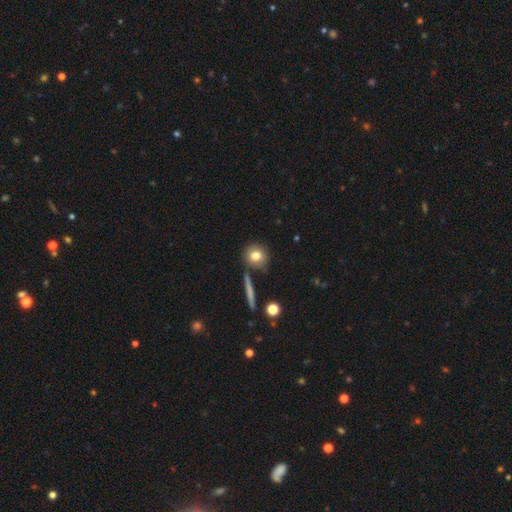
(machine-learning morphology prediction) smooth-or-featured: smooth: 78% | featured or disk: 13% | star or artifact: 10%
  how-rounded: round: 86% | in between: 11% | cigar-shaped: 2%
  merging: none: 78% | minor disturbance: 10% | merger: 8% | major disturbance: 3%